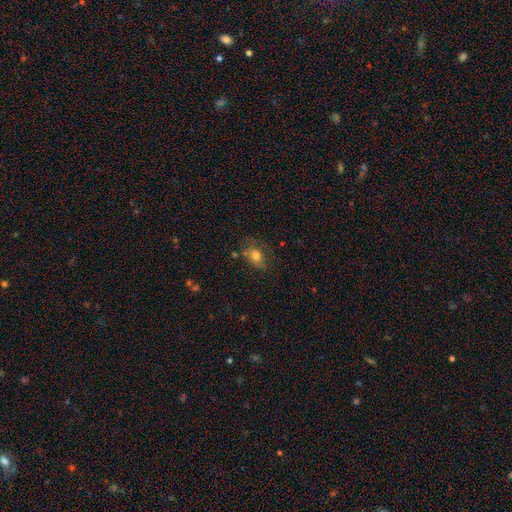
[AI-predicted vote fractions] Morphology: type=smooth (72%); roundness=in between (69%); merging=none (61%).